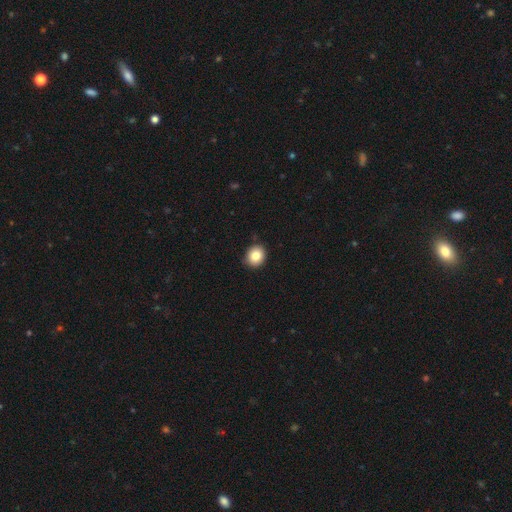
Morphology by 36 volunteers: Overall: smooth (83%). How rounded: round (80%). Merging: none (94%).